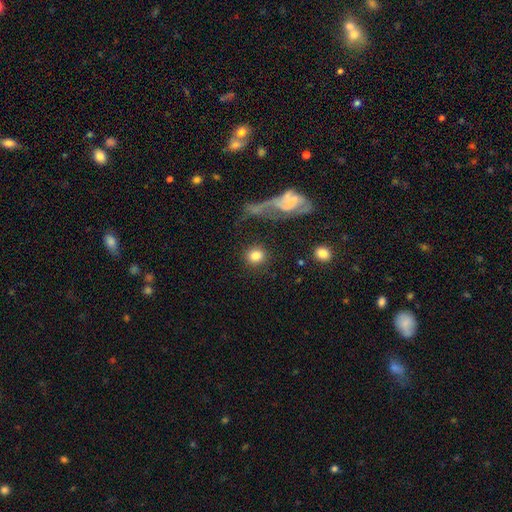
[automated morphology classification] This is clearly a smooth galaxy (80%). How rounded: clearly round (87%). Merging: clearly none (81%).